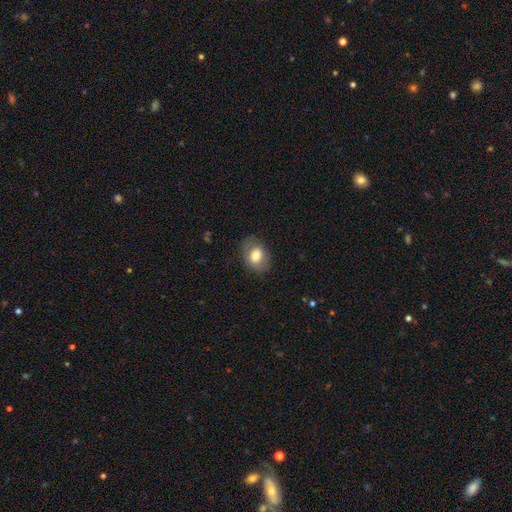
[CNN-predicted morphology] Smooth or featured? Predicted: smooth (p=0.72). How rounded? Predicted: in between (p=0.68). Merging? Predicted: none (p=0.76).